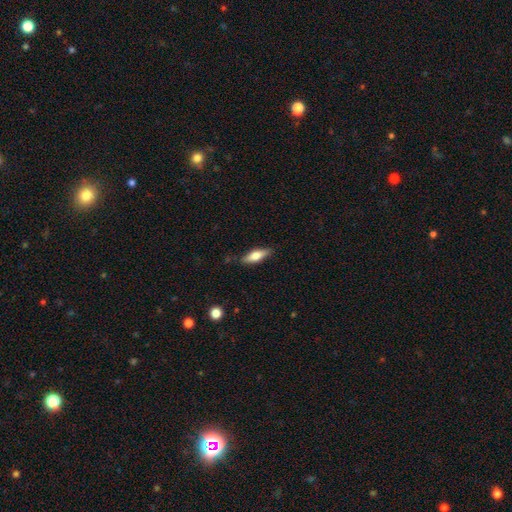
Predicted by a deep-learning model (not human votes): smooth 59%, featured or disk 35%, star or artifact 6%. Down the decision tree: how rounded — in between (51%); merging — none (82%).